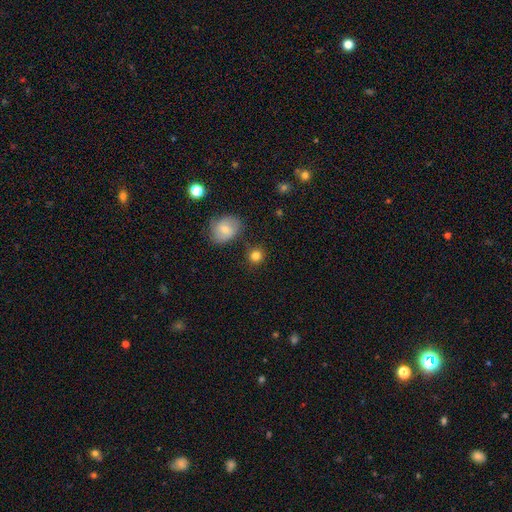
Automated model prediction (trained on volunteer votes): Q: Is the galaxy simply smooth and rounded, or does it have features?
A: smooth — 84%.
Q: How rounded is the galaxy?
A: round — 87%.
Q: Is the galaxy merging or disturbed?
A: none — 82%.